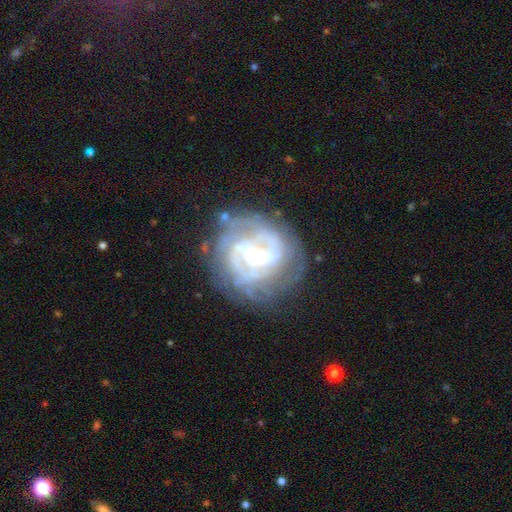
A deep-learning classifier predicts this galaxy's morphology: Q: Smooth or featured?
A: featured or disk (82%); runner-up: smooth (11%)
Q: Edge-on disk?
A: no (97%); runner-up: yes (3%)
Q: Bar?
A: weak (43%); runner-up: strong (39%)
Q: Spiral arms?
A: yes (81%); runner-up: no (19%)
Q: Spiral winding?
A: tight (53%); runner-up: medium (34%)
Q: Spiral arm count?
A: 2 (37%); tied with: can't tell (37%)
Q: Bulge size?
A: small (49%); runner-up: moderate (32%)
Q: Merging?
A: none (64%); runner-up: minor disturbance (19%)